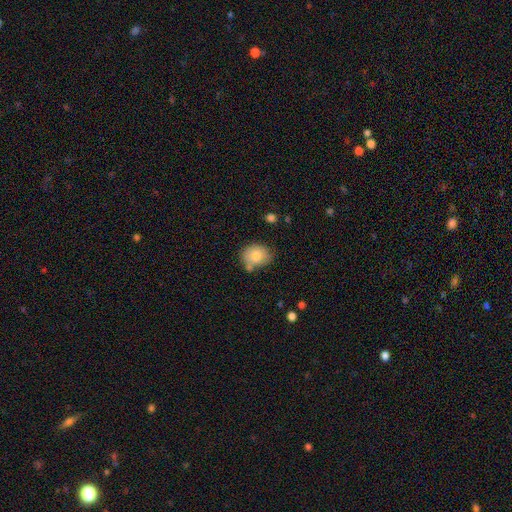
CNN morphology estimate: Smooth or featured? Predicted: smooth (p=0.80). How rounded? Predicted: round (p=0.54). Merging? Predicted: none (p=0.61).